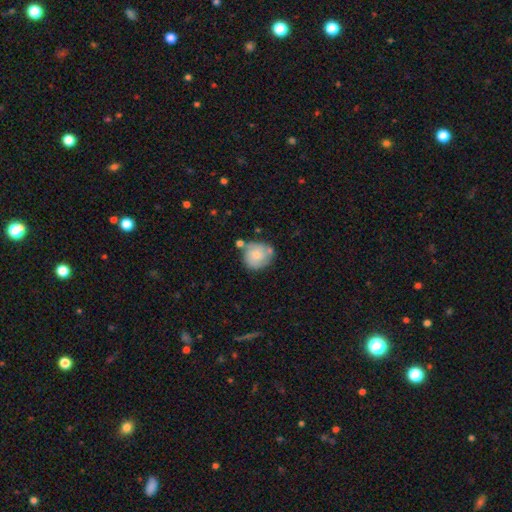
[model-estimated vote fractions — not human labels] smooth 68%, featured or disk 25%, star or artifact 7%. Down the decision tree: how rounded — round (85%); merging — none (55%).